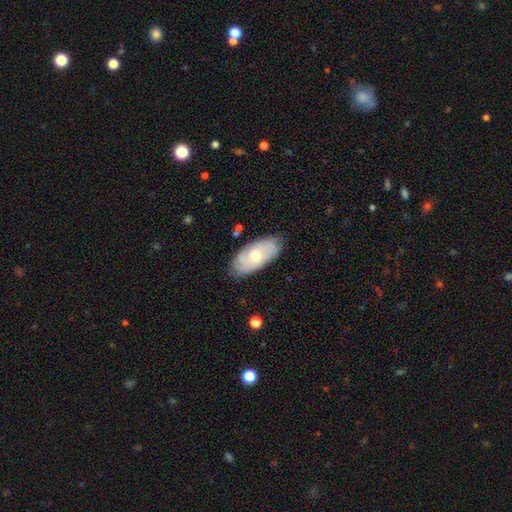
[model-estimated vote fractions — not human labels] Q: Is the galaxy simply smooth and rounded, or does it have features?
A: featured or disk — 49%.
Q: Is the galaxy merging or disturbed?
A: none — 81%.